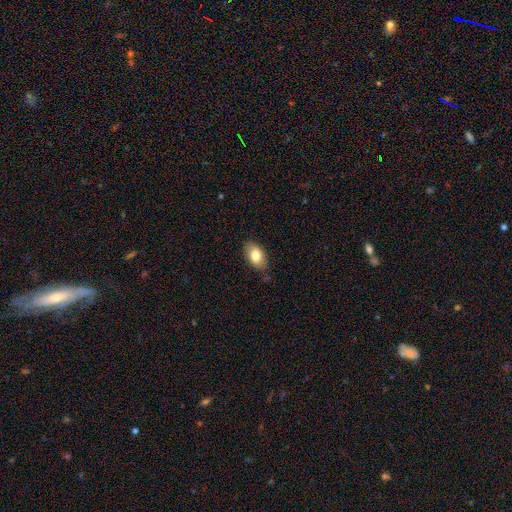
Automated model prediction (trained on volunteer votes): This appears to be a smooth galaxy with no disk features (79%) that is in between round and cigar-shaped (92%). Merging: none (81%).